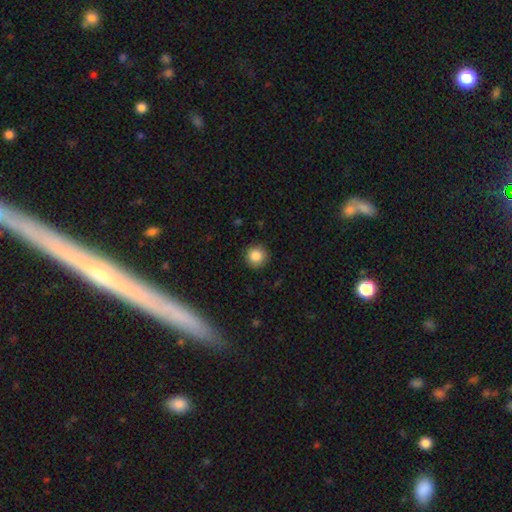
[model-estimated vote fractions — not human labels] A smooth galaxy with no disk features (85%) that is round (94%). Merging: none (91%).